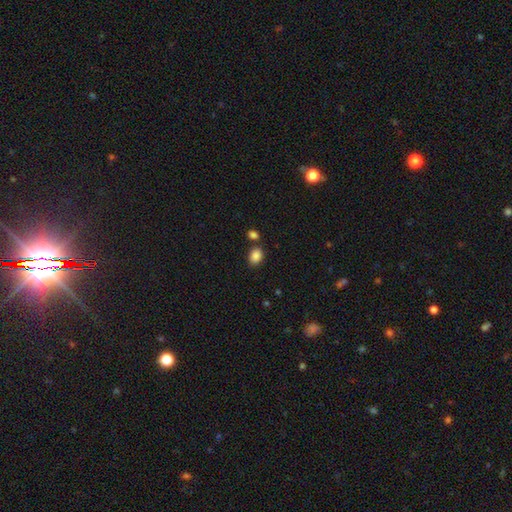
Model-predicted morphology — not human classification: smooth 87%, star or artifact 9%, featured or disk 4%. Down the decision tree: how rounded — in between (73%); merging — none (71%).